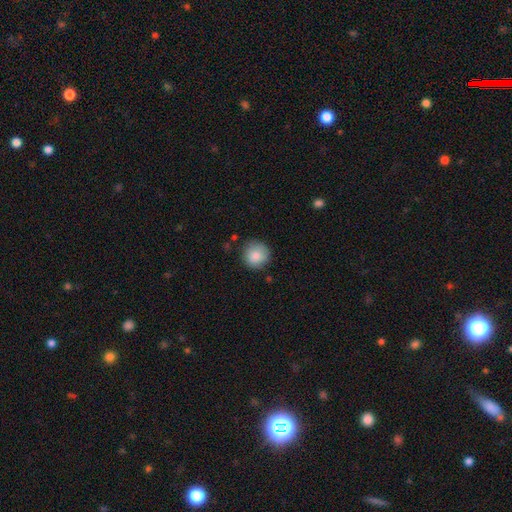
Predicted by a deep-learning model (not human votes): smooth_or_featured: smooth (p=0.87) [alt: star or artifact p=0.08]
how_rounded: round (p=0.93) [alt: in between p=0.06]
merging: none (p=0.81) [alt: minor disturbance p=0.14]